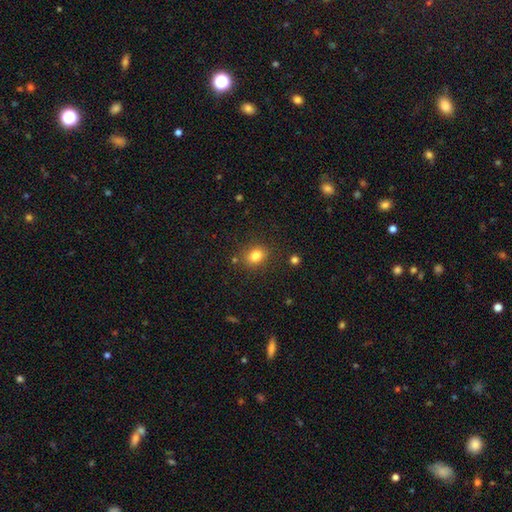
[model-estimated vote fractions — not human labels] Smooth or featured? smooth (81%)
How rounded? round (61%)
Merging? none (84%)